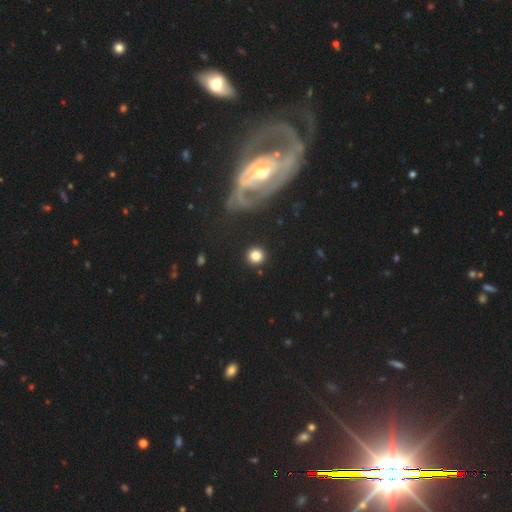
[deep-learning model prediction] Smooth or featured?
  - smooth: 81% *
  - star or artifact: 11%
  - featured or disk: 8%
How rounded?
  - round: 94% *
  - in between: 5%
  - cigar-shaped: 1%
Merging?
  - none: 90% *
  - minor disturbance: 5%
  - major disturbance: 3%
  - merger: 2%